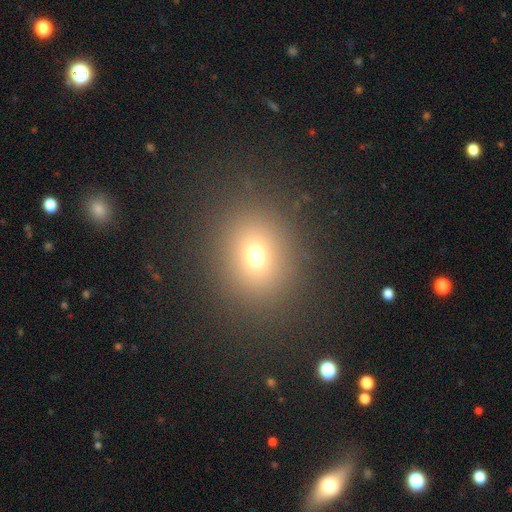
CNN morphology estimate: This is likely a smooth galaxy (69%). How rounded: likely round (66%). Merging: clearly none (86%).